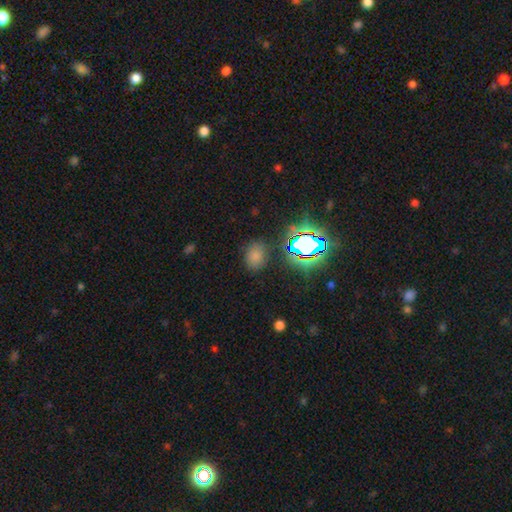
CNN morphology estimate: smooth-or-featured: smooth: 68% | star or artifact: 25% | featured or disk: 7%
  how-rounded: in between: 63% | round: 36% | cigar-shaped: 1%
  merging: none: 81% | minor disturbance: 12% | major disturbance: 4% | merger: 3%